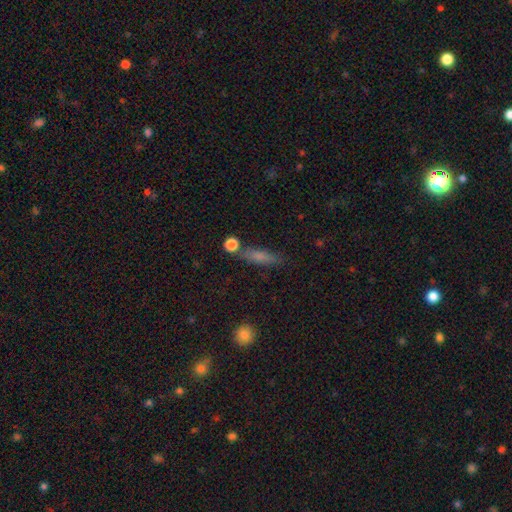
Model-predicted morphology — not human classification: Smooth or featured?
  - smooth: 65% *
  - featured or disk: 24%
  - star or artifact: 12%
How rounded?
  - cigar-shaped: 72% *
  - in between: 23%
  - round: 5%
Merging?
  - none: 74% *
  - minor disturbance: 13%
  - merger: 8%
  - major disturbance: 4%